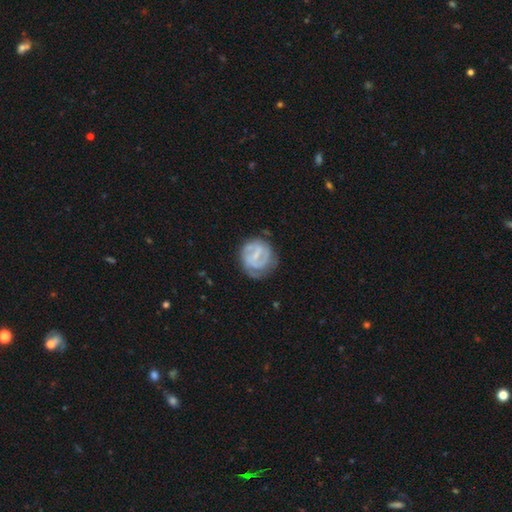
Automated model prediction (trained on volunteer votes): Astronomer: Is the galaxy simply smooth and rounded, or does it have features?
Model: featured or disk — 73%.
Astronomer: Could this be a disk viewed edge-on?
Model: no — 98%.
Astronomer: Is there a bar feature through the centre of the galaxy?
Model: weak — 52%.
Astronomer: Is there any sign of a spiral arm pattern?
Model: yes — 85%.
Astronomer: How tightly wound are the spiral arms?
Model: tight — 50% (runner-up: medium, 37%).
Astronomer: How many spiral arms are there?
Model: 2 — 49% (runner-up: can't tell, 27%).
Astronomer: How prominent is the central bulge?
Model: small — 49% (runner-up: none, 31%).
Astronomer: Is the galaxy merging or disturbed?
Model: none — 60%.